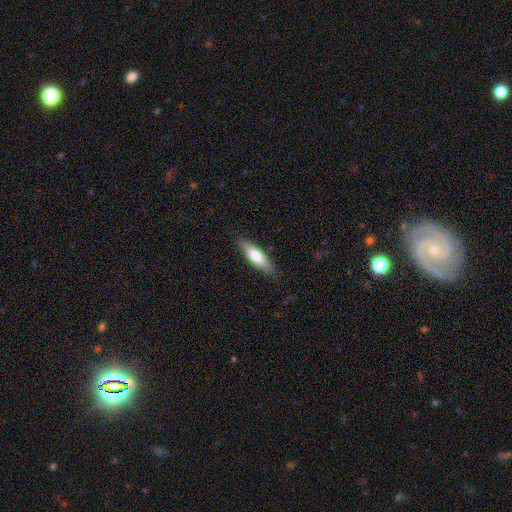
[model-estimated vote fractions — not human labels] The model was most divided on "how rounded": cigar-shaped: 57%, in between: 42%, round: 2%. More confident: merging — none (84%); smooth or featured — smooth (69%).